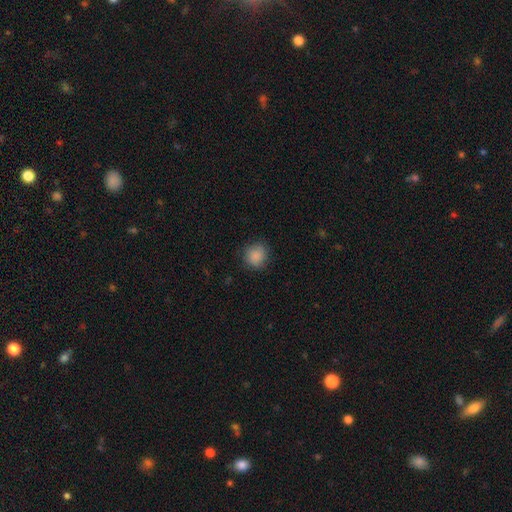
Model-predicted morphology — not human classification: Overall: smooth (88%). How rounded: round (84%). Merging: none (83%).